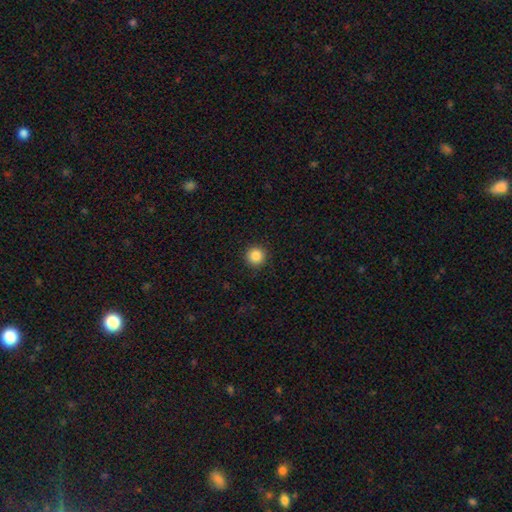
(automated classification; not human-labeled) A smooth galaxy with no disk features (87%) that is round (96%). Merging: none (92%).